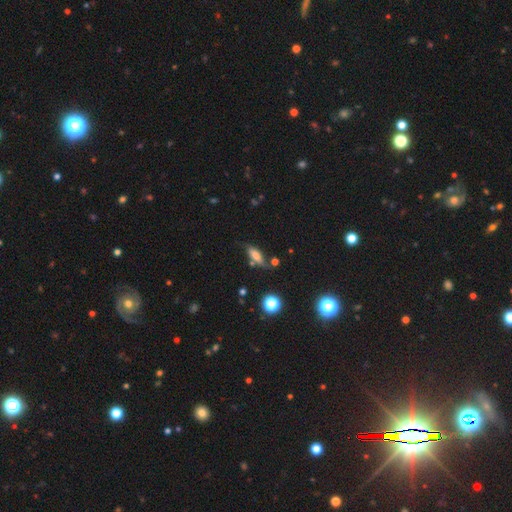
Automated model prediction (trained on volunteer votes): This appears to be a smooth galaxy with no disk features (68%) that is in between round and cigar-shaped (60%). Merging: none (62%).